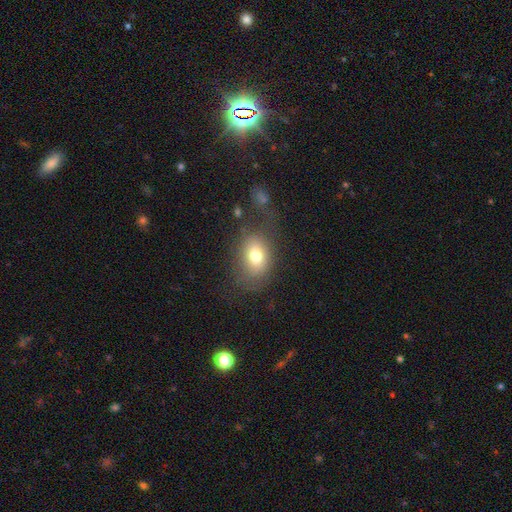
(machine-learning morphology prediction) Q: Smooth or featured?
A: smooth (74%); runner-up: featured or disk (15%)
Q: How rounded?
A: in between (68%); runner-up: round (30%)
Q: Merging?
A: none (61%); runner-up: minor disturbance (19%)